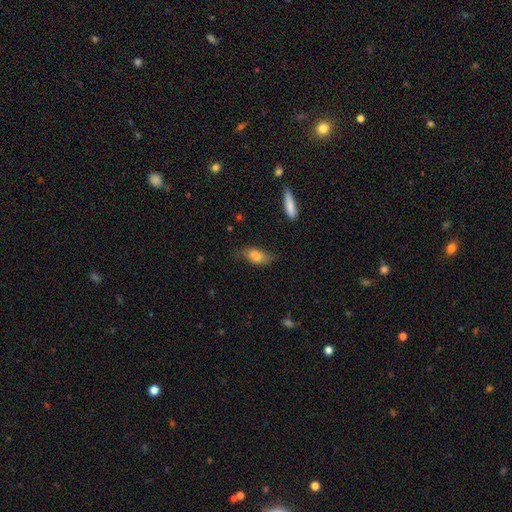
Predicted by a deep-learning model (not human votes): Smooth or featured? Predicted: smooth (p=0.75). How rounded? Predicted: in between (p=0.85). Merging? Predicted: none (p=0.58).